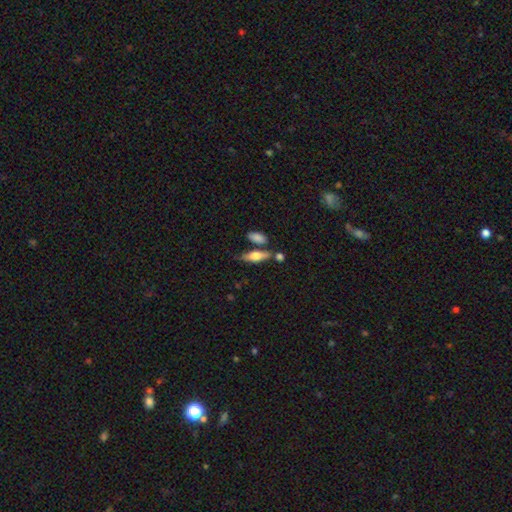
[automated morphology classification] A smooth galaxy with no disk features (61%) that is in between round and cigar-shaped (57%).

Vote fractions:
- Smooth or featured? smooth: 61% / featured or disk: 33% / star or artifact: 7%
- How rounded? in between: 57% / cigar-shaped: 40% / round: 3%
- Merging? none: 63% / merger: 17% / minor disturbance: 15% / major disturbance: 5%